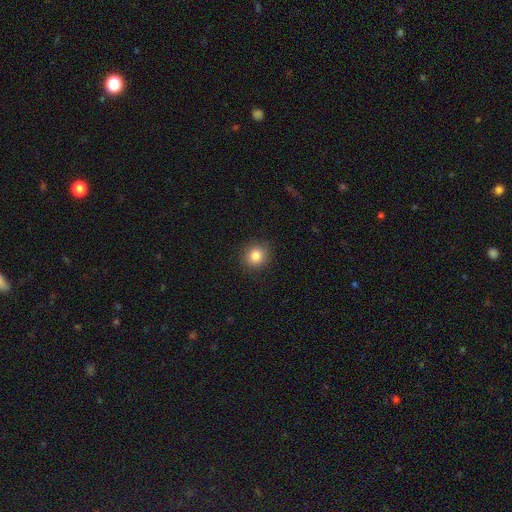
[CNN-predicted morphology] smooth 85%, star or artifact 10%, featured or disk 5%. Down the decision tree: how rounded — round (86%); merging — none (88%).